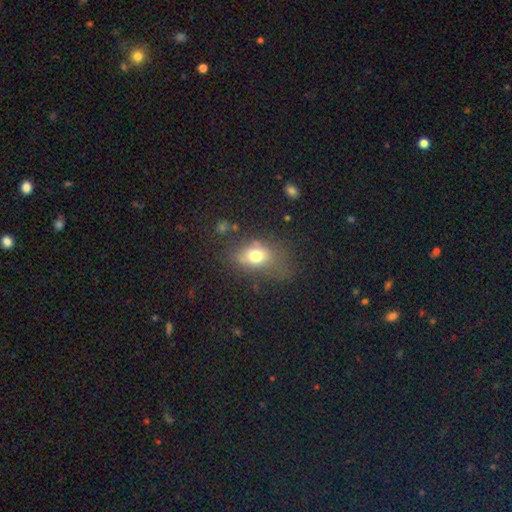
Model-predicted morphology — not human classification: Overall: smooth (70%). How rounded: in between (71%). Merging: none (50%; minor disturbance 25%).